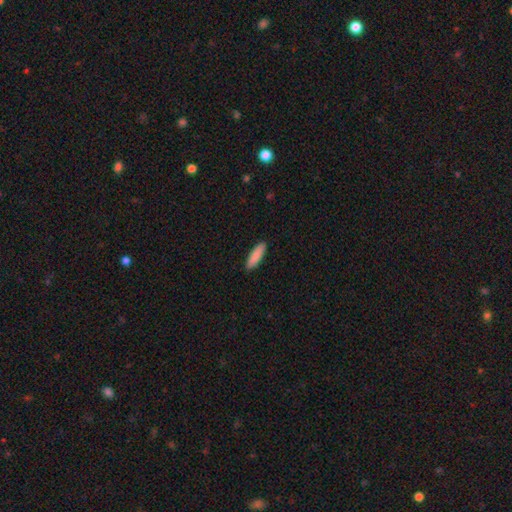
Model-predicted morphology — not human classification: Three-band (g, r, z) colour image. It shows a smooth galaxy with no disk features (89%) that is cigar-shaped (56%). Merging: none (91%).